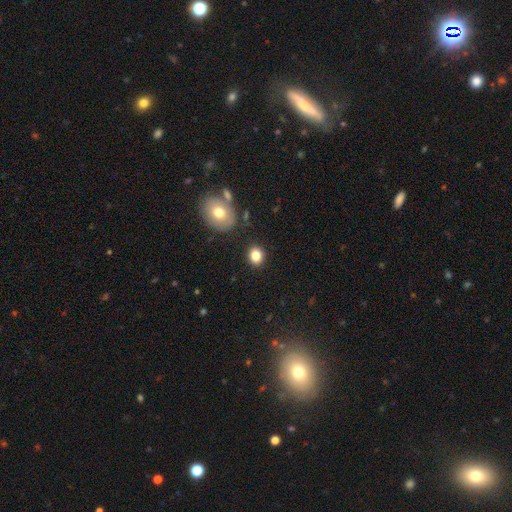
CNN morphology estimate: Smooth or featured? smooth (83%)
How rounded? round (68%)
Merging? none (87%)